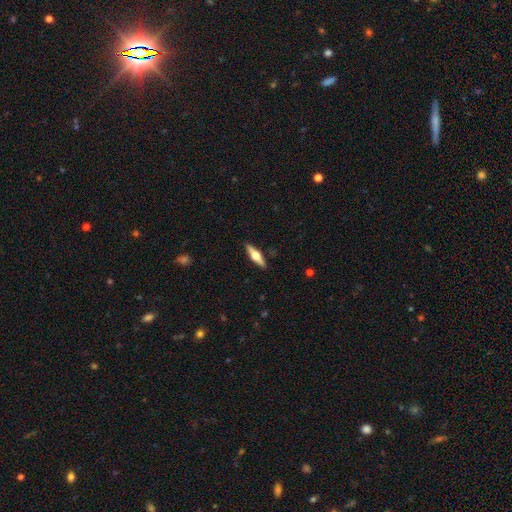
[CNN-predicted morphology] Smooth or featured? Predicted: featured or disk (p=0.64). Edge-on disk? Predicted: yes (p=0.96). Edge-on bulge? Predicted: rounded (p=0.94). Merging? Predicted: none (p=0.90).